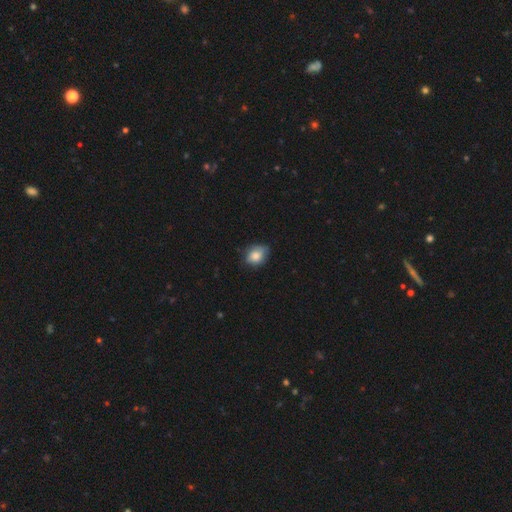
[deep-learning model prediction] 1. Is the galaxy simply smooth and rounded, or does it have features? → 77% smooth, 15% featured or disk, 8% star or artifact.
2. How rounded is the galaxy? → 55% in between, 44% round, 1% cigar-shaped.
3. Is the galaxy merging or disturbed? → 61% none, 32% minor disturbance, 6% major disturbance, 1% merger.